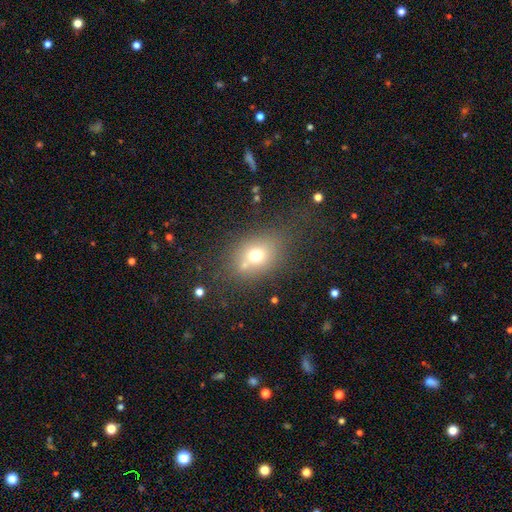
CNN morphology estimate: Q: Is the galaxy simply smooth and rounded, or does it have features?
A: smooth — 68%.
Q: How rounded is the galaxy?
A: in between — 52%.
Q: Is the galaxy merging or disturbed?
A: none — 61%.